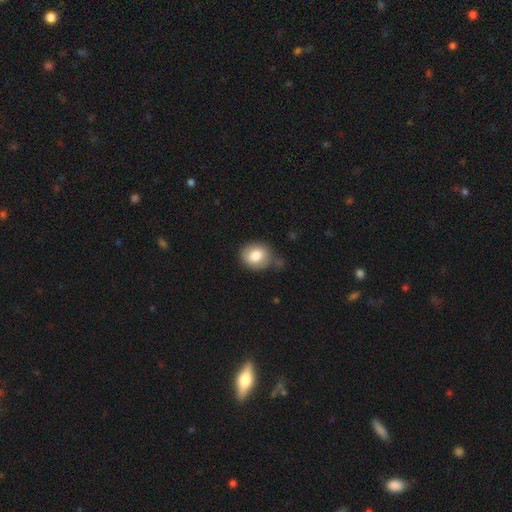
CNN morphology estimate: smooth_or_featured: smooth (p=0.80) [alt: featured or disk p=0.12]
how_rounded: round (p=0.72) [alt: in between p=0.28]
merging: none (p=0.69) [alt: minor disturbance p=0.20]